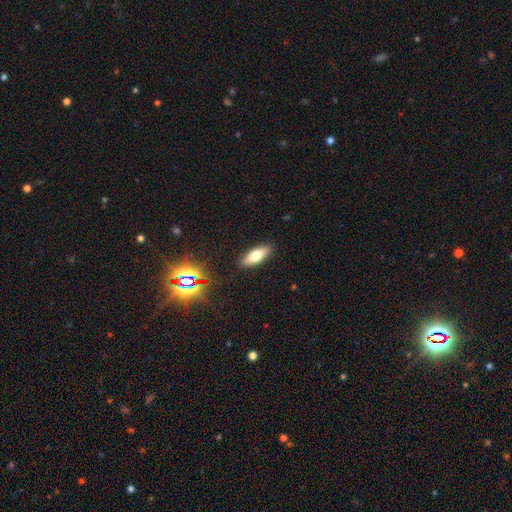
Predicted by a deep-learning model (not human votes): smooth 65%, featured or disk 25%, star or artifact 10%. Down the decision tree: how rounded — in between (67%); merging — none (89%).